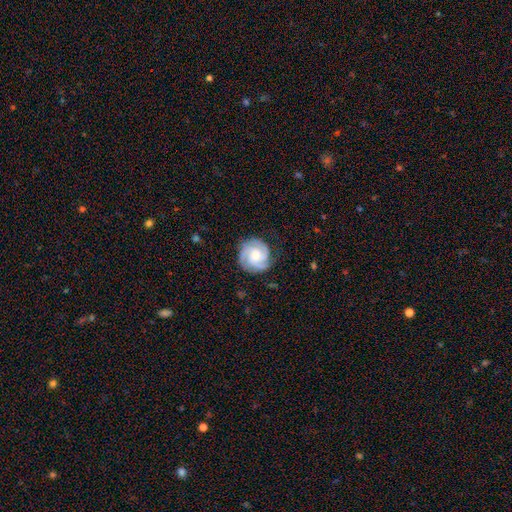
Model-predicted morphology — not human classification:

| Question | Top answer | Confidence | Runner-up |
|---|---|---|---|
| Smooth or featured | featured or disk | 83% | smooth (11%) |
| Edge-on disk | no | 98% | yes (2%) |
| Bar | no | 69% | weak (26%) |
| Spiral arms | yes | 98% | no (2%) |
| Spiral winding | tight | 65% | medium (30%) |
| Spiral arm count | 3 | 63% | 4 (14%) |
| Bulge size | moderate | 53% | small (31%) |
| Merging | none | 82% | minor disturbance (13%) |